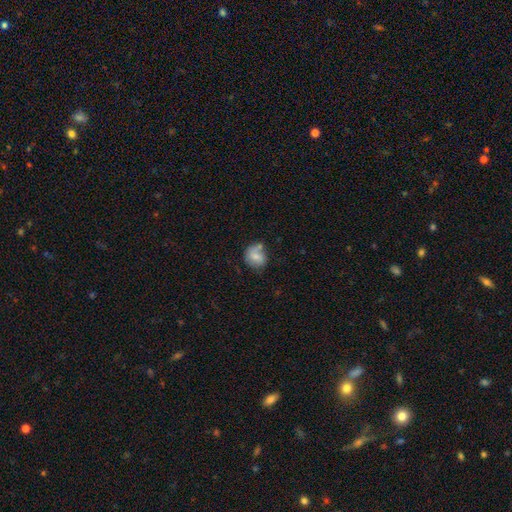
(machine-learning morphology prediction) Smooth or featured? smooth (70%)
How rounded? round (68%)
Merging? none (54%)